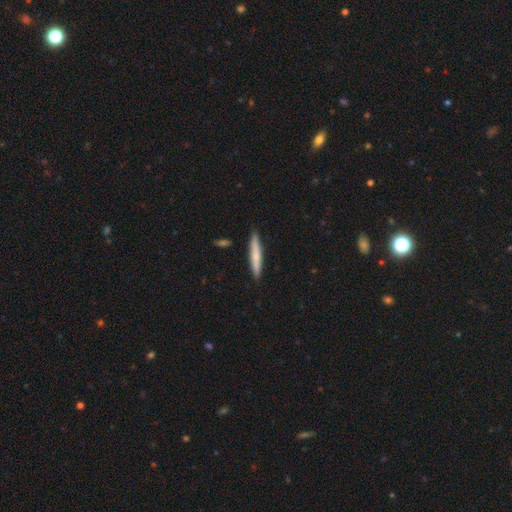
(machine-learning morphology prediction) Smooth or featured? smooth (69%)
How rounded? cigar-shaped (94%)
Merging? none (90%)